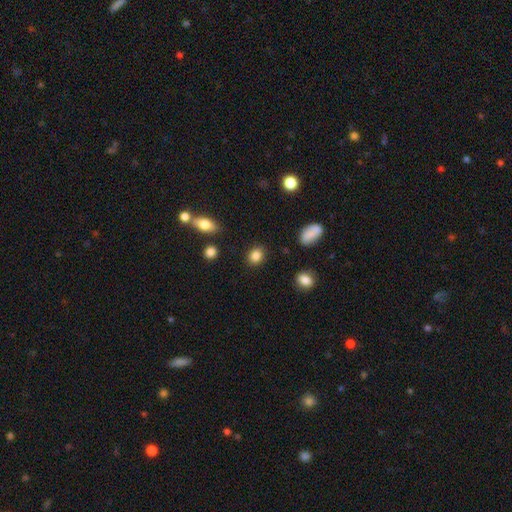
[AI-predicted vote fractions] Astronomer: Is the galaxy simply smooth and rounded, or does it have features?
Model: smooth — 85%.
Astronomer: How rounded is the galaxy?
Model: round — 56% (runner-up: in between, 42%).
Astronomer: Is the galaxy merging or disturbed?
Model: none — 88%.